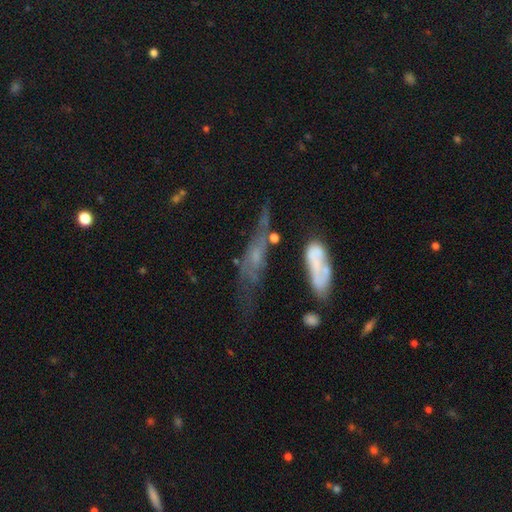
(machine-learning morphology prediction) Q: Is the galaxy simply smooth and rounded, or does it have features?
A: featured or disk — 53%.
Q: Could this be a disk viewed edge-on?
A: no — 57%.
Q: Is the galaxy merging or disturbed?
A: none — 33%.